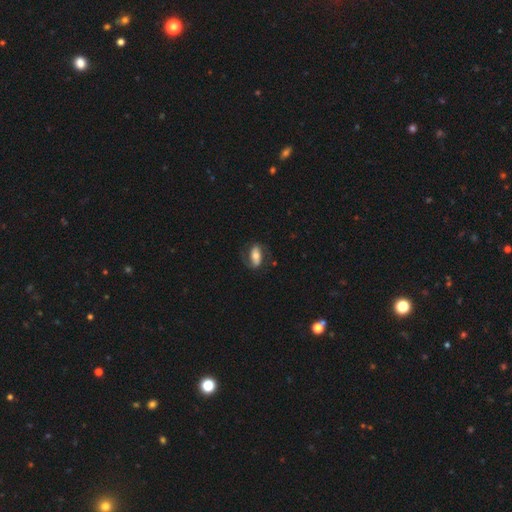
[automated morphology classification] Q: Smooth or featured?
A: featured or disk (55%); runner-up: smooth (38%)
Q: Edge-on disk?
A: no (92%); runner-up: yes (8%)
Q: Bar?
A: strong (42%); runner-up: no (32%)
Q: Spiral arms?
A: yes (81%); runner-up: no (19%)
Q: Bulge size?
A: moderate (54%); runner-up: small (22%)
Q: Merging?
A: none (69%); runner-up: minor disturbance (18%)